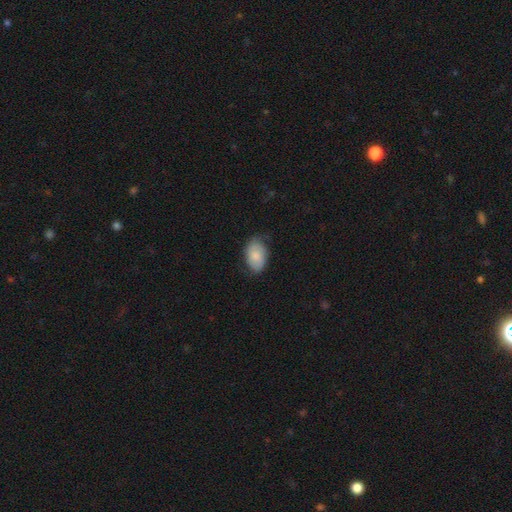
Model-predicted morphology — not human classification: Smooth or featured? smooth (77%)
How rounded? in between (90%)
Merging? none (66%)